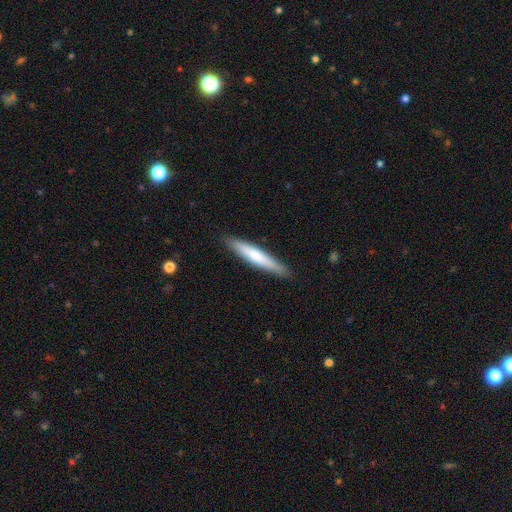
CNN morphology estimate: Smooth or featured? Predicted: smooth (p=0.66). How rounded? Predicted: cigar-shaped (p=0.93). Merging? Predicted: none (p=0.90).